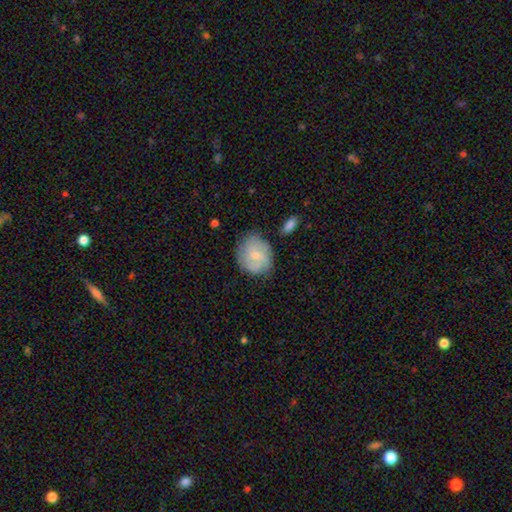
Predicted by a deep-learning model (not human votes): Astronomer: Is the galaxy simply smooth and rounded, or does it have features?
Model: smooth — 49% (runner-up: featured or disk, 44%).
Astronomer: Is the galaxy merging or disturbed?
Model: none — 69%.